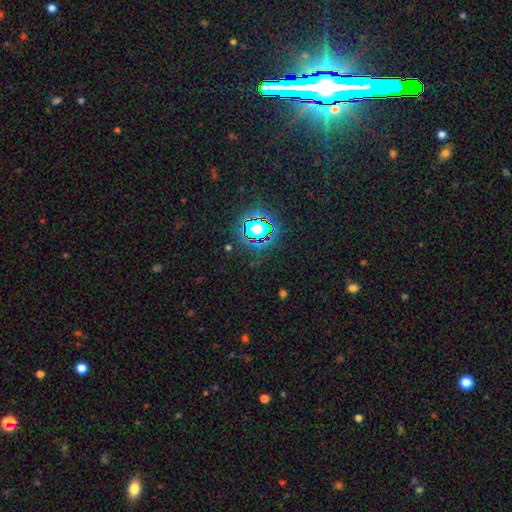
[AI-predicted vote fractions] The model was most divided on "smooth or featured": star or artifact: 83%, smooth: 9%, featured or disk: 8%.